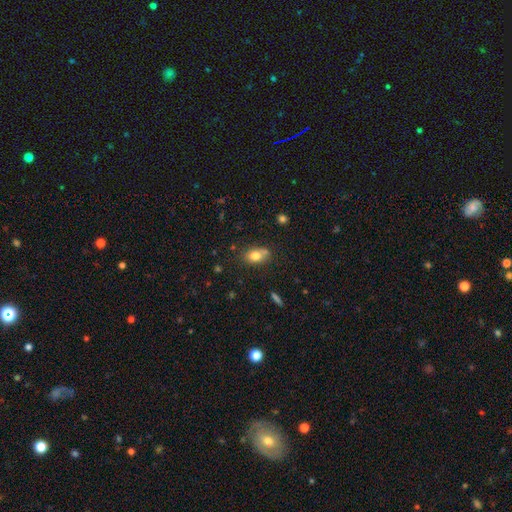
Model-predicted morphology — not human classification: The model was most divided on "merging": none: 58%, minor disturbance: 20%, merger: 16%, major disturbance: 5%. More confident: how rounded — in between (77%); smooth or featured — smooth (77%).